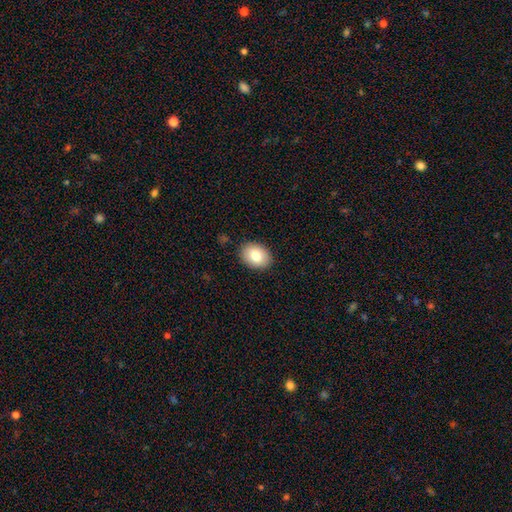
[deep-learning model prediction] A smooth galaxy with no disk features (80%) that is in between round and cigar-shaped (66%).

Vote fractions:
- Smooth or featured? smooth: 80% / featured or disk: 12% / star or artifact: 8%
- How rounded? in between: 66% / round: 33% / cigar-shaped: 1%
- Merging? none: 89% / minor disturbance: 8% / major disturbance: 2% / merger: 1%